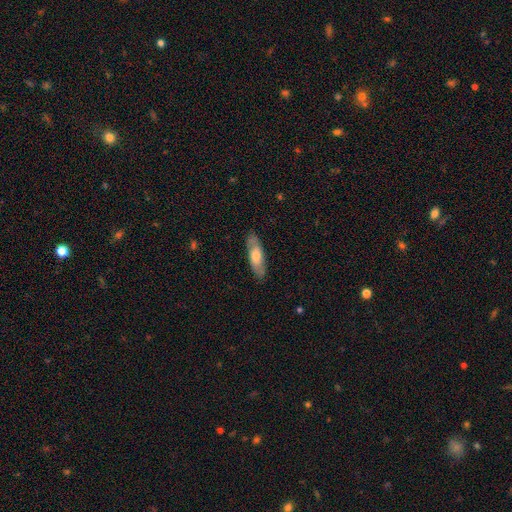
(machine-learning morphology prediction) Smooth or featured? smooth (57%)
How rounded? in between (55%)
Merging? none (83%)